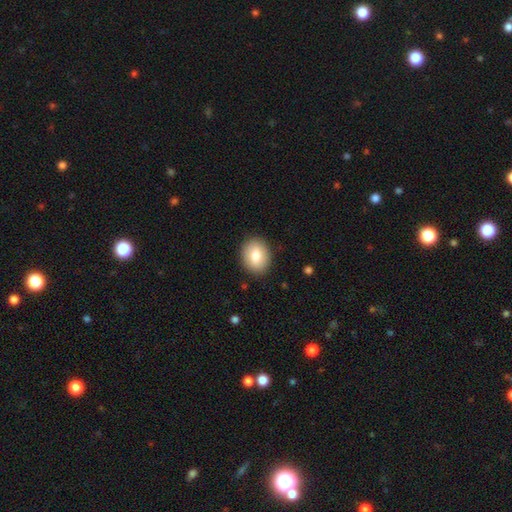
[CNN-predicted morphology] smooth_or_featured: smooth (p=0.80) [alt: featured or disk p=0.13]
how_rounded: in between (p=0.52) [alt: round p=0.47]
merging: none (p=0.88) [alt: minor disturbance p=0.08]